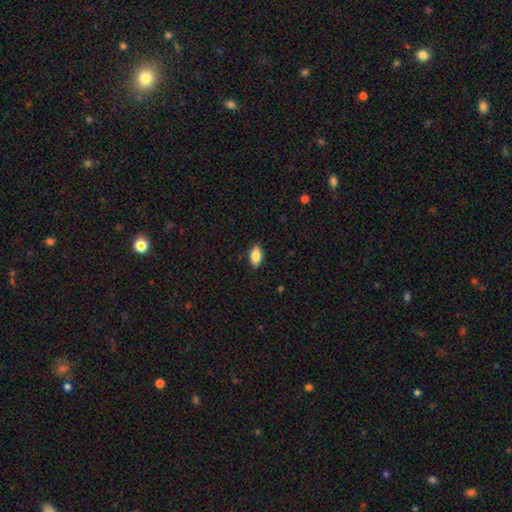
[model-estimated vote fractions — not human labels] Morphology: type=smooth (82%); roundness=in between (90%); merging=none (86%).